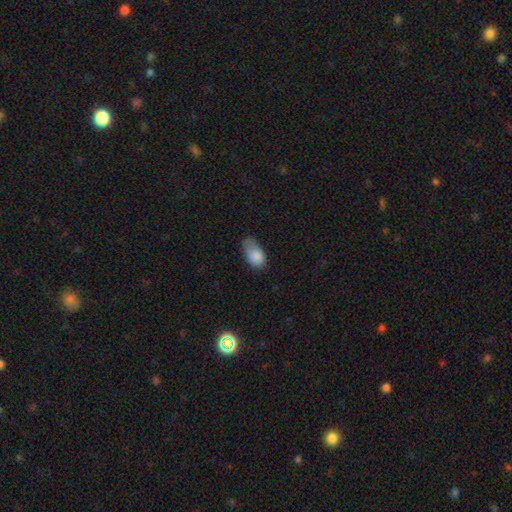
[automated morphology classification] smooth-or-featured: smooth: 84% | star or artifact: 8% | featured or disk: 8%
  how-rounded: in between: 90% | round: 8% | cigar-shaped: 2%
  merging: minor disturbance: 44% | none: 36% | major disturbance: 17% | merger: 2%